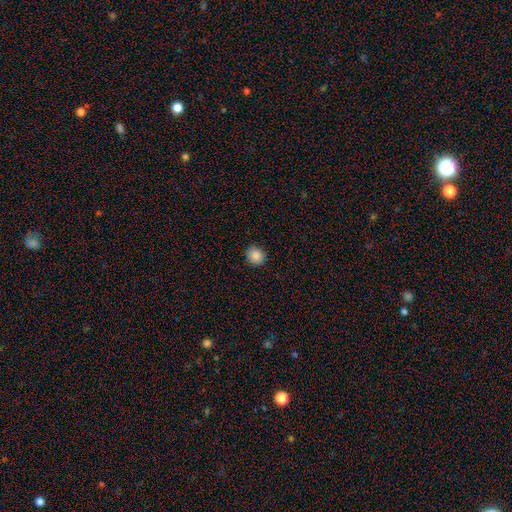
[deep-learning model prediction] A smooth galaxy with no disk features (87%) that is round (87%). Merging: none (89%).